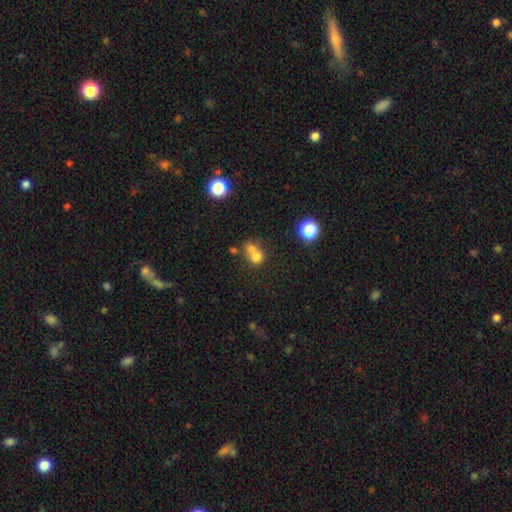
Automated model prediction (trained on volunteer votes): Smooth or featured? smooth (68%)
How rounded? round (68%)
Merging? merger (63%)